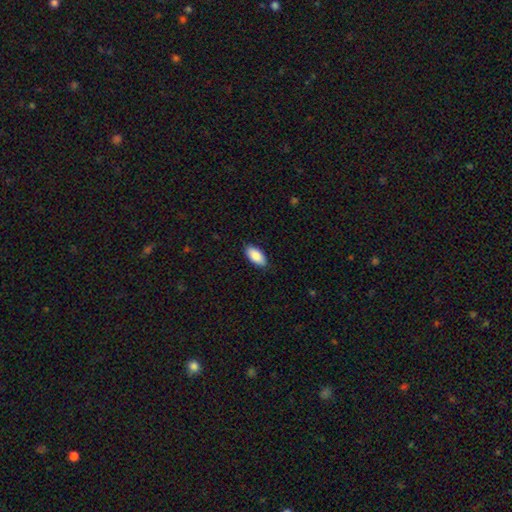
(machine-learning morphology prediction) A smooth galaxy with no disk features (89%) that is in between round and cigar-shaped (93%).

Vote fractions:
- Smooth or featured? smooth: 89% / star or artifact: 6% / featured or disk: 5%
- How rounded? in between: 93% / cigar-shaped: 5% / round: 2%
- Merging? none: 87% / minor disturbance: 10% / major disturbance: 2% / merger: 1%